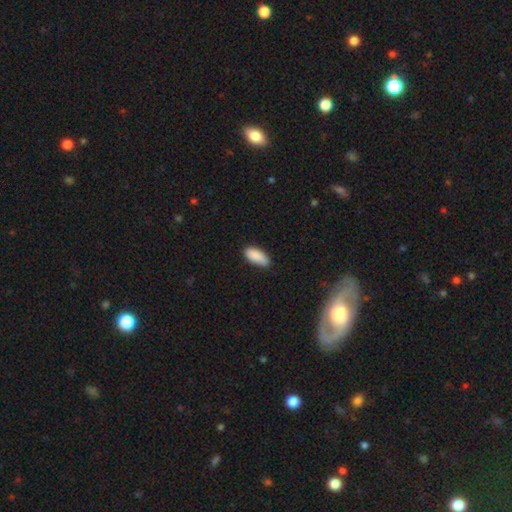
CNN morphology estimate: Smooth or featured? smooth (89%)
How rounded? in between (86%)
Merging? none (73%)